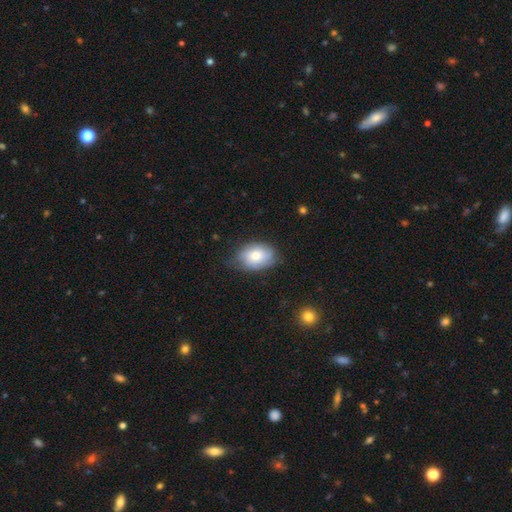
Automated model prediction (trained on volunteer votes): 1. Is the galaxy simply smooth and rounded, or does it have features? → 67% smooth, 25% featured or disk, 7% star or artifact.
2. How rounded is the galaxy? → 80% in between, 18% round, 1% cigar-shaped.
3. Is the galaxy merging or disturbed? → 68% none, 26% minor disturbance, 5% major disturbance, 1% merger.